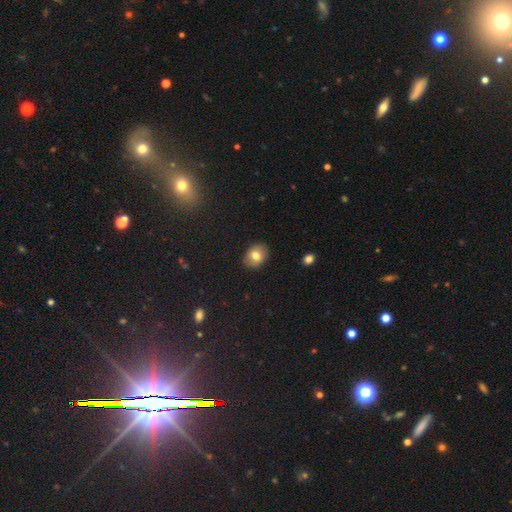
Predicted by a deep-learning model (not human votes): Smooth or featured: smooth — 77% (featured or disk — 14%)
How rounded: in between — 67% (round — 32%)
Merging: none — 86% (minor disturbance — 11%)